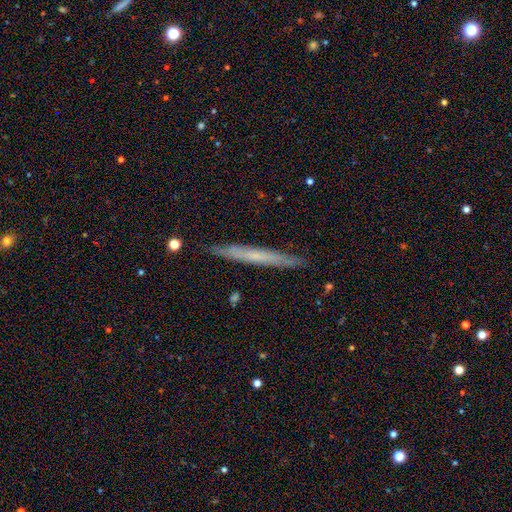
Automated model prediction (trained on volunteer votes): A featured or disk galaxy (50%) viewed edge-on (94%).

Vote fractions:
- Smooth or featured? featured or disk: 50% / smooth: 42% / star or artifact: 8%
- Edge-on disk? yes: 94% / no: 6%
- Merging? none: 89% / minor disturbance: 9% / major disturbance: 1% / merger: 1%